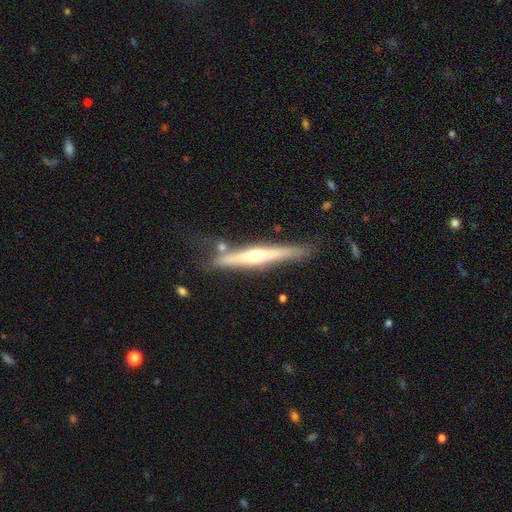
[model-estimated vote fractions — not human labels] A featured or disk galaxy (69%) viewed edge-on (96%) with a rounded central bulge (80%).

Vote fractions:
- Smooth or featured? featured or disk: 69% / smooth: 25% / star or artifact: 6%
- Edge-on disk? yes: 96% / no: 4%
- Edge-on bulge? rounded: 80% / none: 14% / boxy: 6%
- Merging? none: 77% / minor disturbance: 14% / merger: 6% / major disturbance: 3%